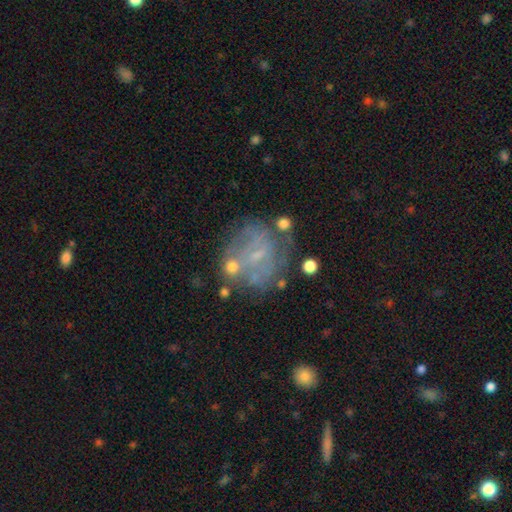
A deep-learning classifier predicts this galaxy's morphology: The model was most divided on "bar": no: 52%, weak: 39%, strong: 10%. More confident: edge-on disk — no (97%); bulge size — small (68%); smooth or featured — featured or disk (64%); spiral arms — yes (60%); merging — none (57%).